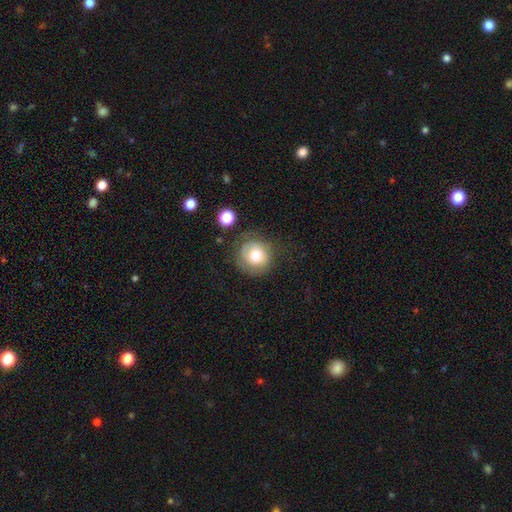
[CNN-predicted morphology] type=smooth (64%); roundness=round (87%); merging=none (63%).